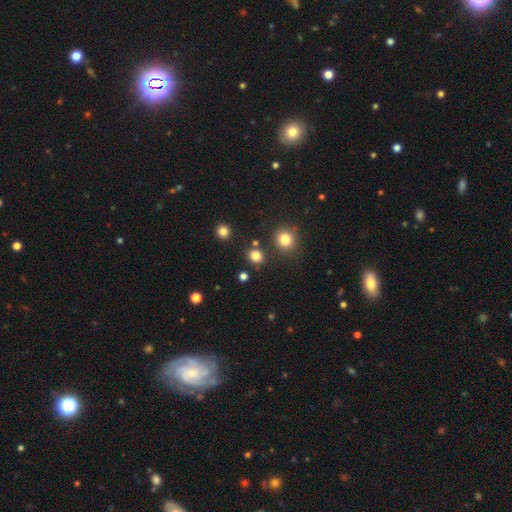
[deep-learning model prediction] This is clearly a smooth galaxy (81%). How rounded: clearly round (81%). Merging: clearly none (83%).